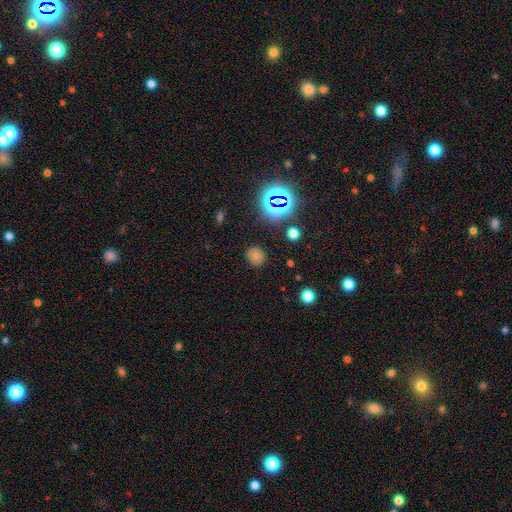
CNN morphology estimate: Smooth or featured? smooth (66%)
How rounded? round (80%)
Merging? none (81%)